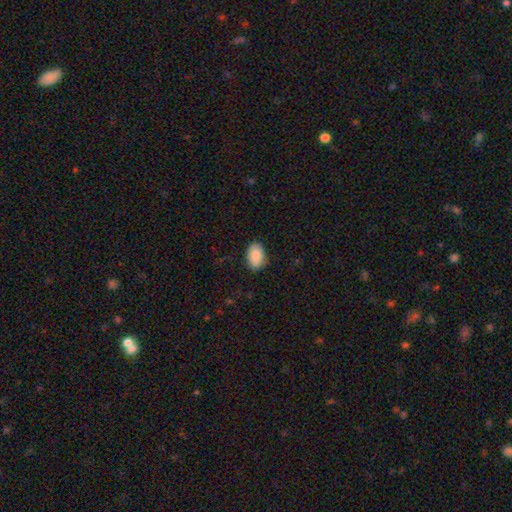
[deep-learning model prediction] This is clearly a smooth galaxy (87%). How rounded: clearly in between (89%). Merging: clearly none (84%).